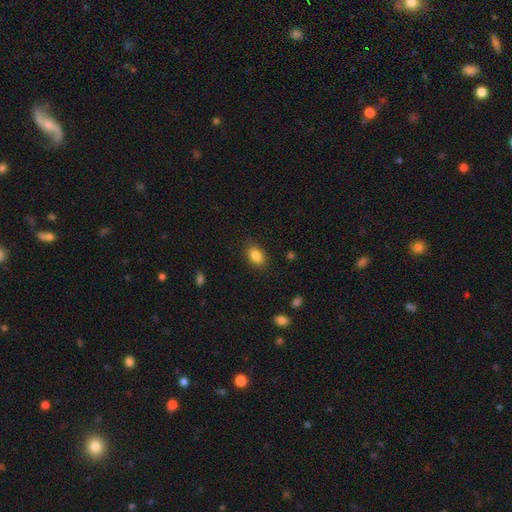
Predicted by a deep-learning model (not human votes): Morphology: type=smooth (85%); roundness=in between (79%); merging=none (85%).